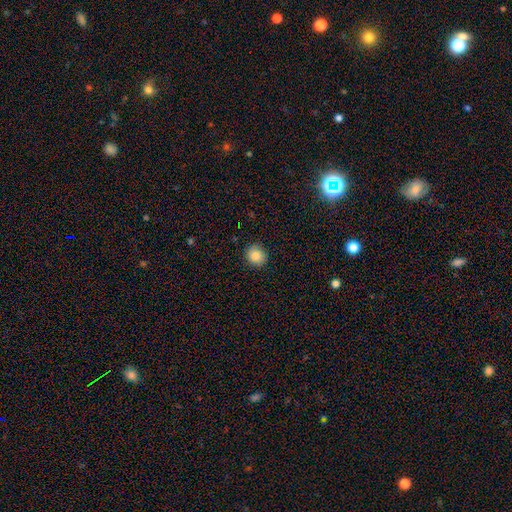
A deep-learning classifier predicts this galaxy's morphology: The model was most divided on "how rounded": round: 84%, in between: 15%, cigar-shaped: 1%. More confident: merging — none (87%); smooth or featured — smooth (84%).